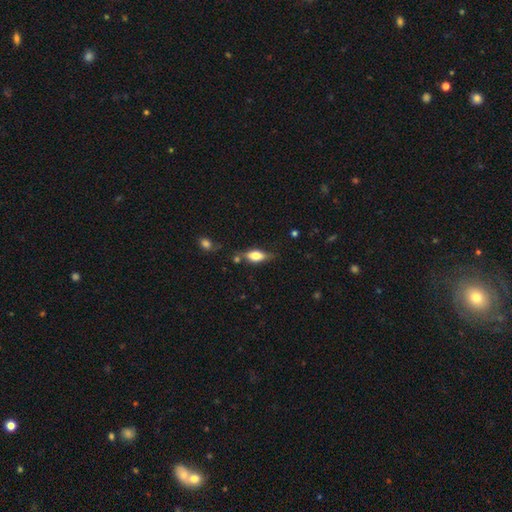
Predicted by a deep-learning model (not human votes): Smooth or featured: smooth — 60% (featured or disk — 31%)
How rounded: in between — 78% (cigar-shaped — 17%)
Merging: none — 64% (minor disturbance — 22%)